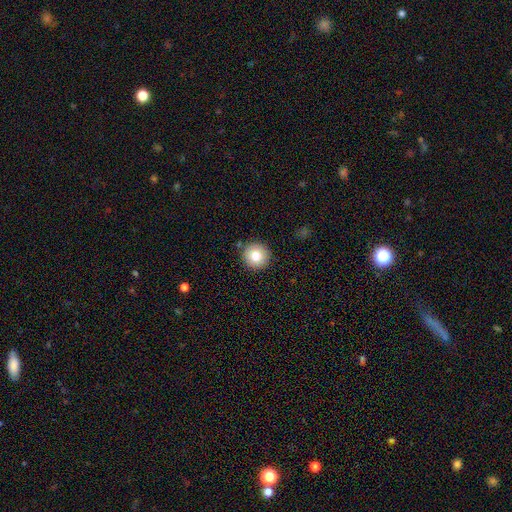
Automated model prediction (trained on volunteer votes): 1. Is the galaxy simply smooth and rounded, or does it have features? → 80% smooth, 10% featured or disk, 10% star or artifact.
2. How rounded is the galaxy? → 95% round, 4% in between, 1% cigar-shaped.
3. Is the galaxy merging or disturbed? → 90% none, 6% minor disturbance, 2% major disturbance, 2% merger.